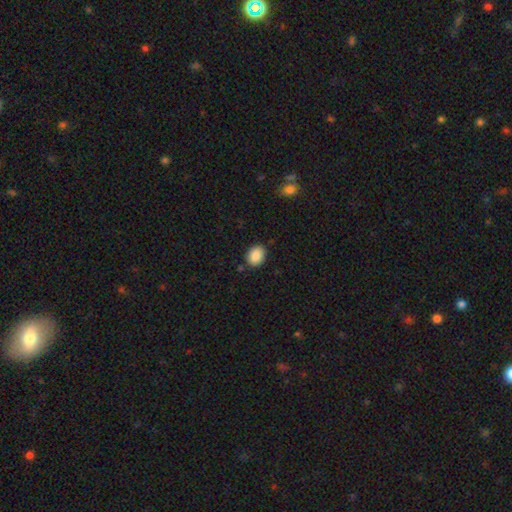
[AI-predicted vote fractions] smooth-or-featured: smooth: 89% | star or artifact: 8% | featured or disk: 4%
  how-rounded: in between: 60% | round: 39% | cigar-shaped: 1%
  merging: none: 86% | minor disturbance: 10% | major disturbance: 2% | merger: 2%